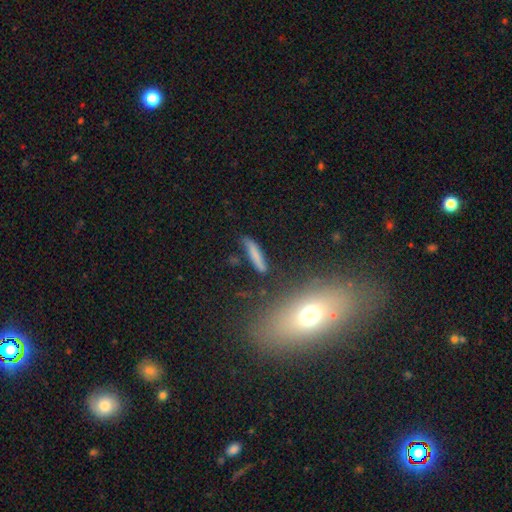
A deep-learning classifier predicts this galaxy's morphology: Smooth or featured? Predicted: smooth (p=0.71). How rounded? Predicted: cigar-shaped (p=0.88). Merging? Predicted: none (p=0.74).